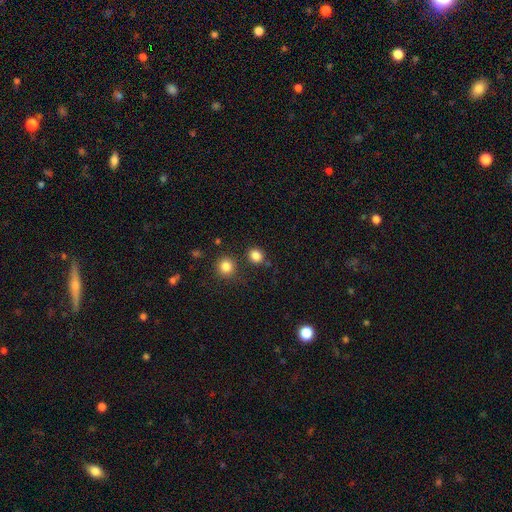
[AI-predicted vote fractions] Overall: smooth (83%). How rounded: round (79%). Merging: none (81%).